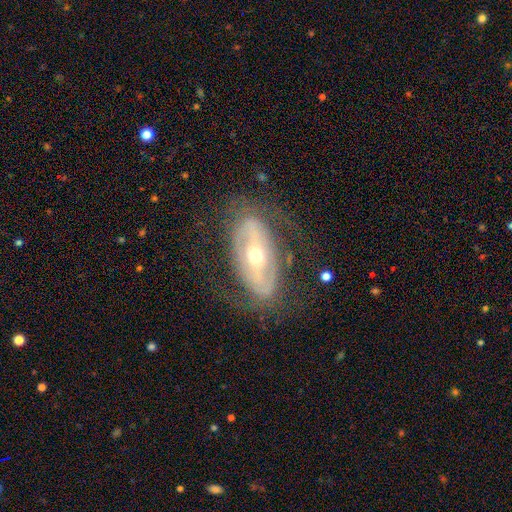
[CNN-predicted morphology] Smooth or featured: featured or disk — 75% (smooth — 18%)
Edge-on disk: no — 88% (yes — 12%)
Bar: strong — 39% (no — 37%)
Spiral arms: yes — 51% (no — 49%)
Bulge size: moderate — 48% (tied with small — 48%)
Merging: none — 69% (minor disturbance — 16%)